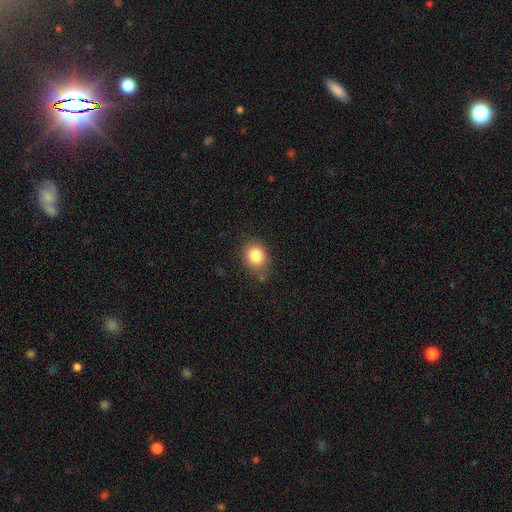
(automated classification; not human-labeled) This appears to be a smooth galaxy with no disk features (84%) that is in between round and cigar-shaped (50%). Merging: none (72%).